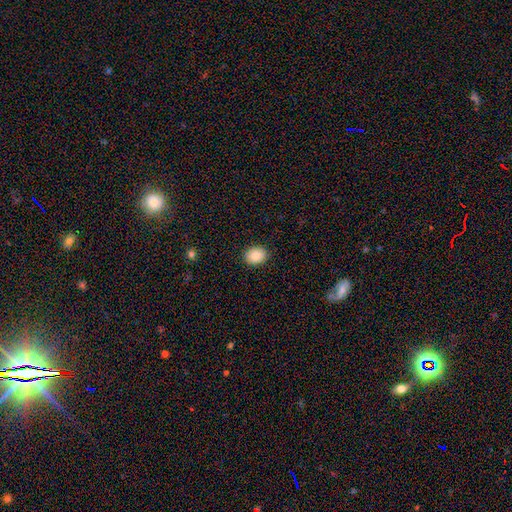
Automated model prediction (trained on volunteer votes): Smooth or featured? Predicted: smooth (p=0.87). How rounded? Predicted: in between (p=0.56). Merging? Predicted: none (p=0.90).